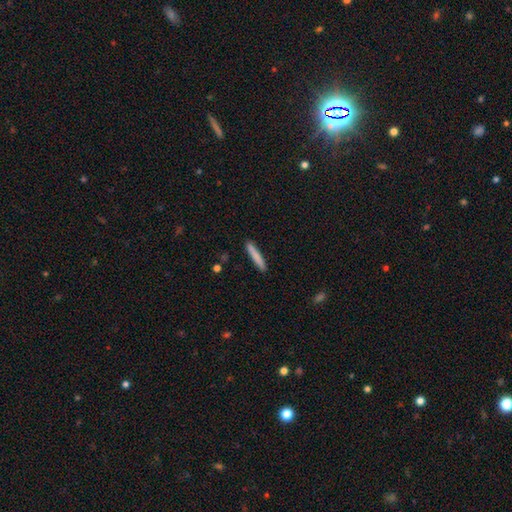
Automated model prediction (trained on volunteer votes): smooth-or-featured: smooth: 82% | featured or disk: 12% | star or artifact: 6%
  how-rounded: cigar-shaped: 94% | in between: 5% | round: 1%
  merging: none: 89% | minor disturbance: 8% | major disturbance: 2% | merger: 2%